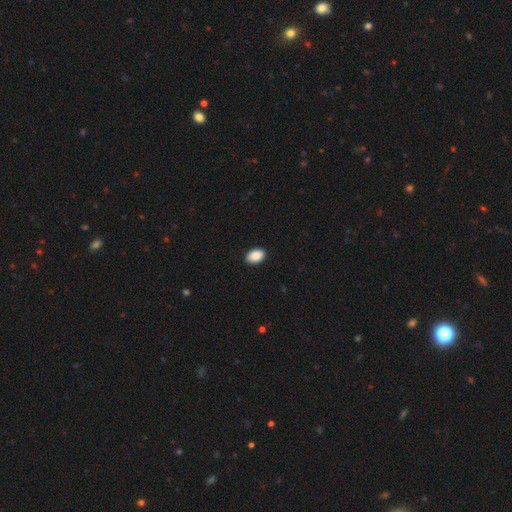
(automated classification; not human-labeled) The model was most divided on "how rounded": in between: 87%, round: 12%, cigar-shaped: 1%. More confident: merging — none (90%); smooth or featured — smooth (90%).